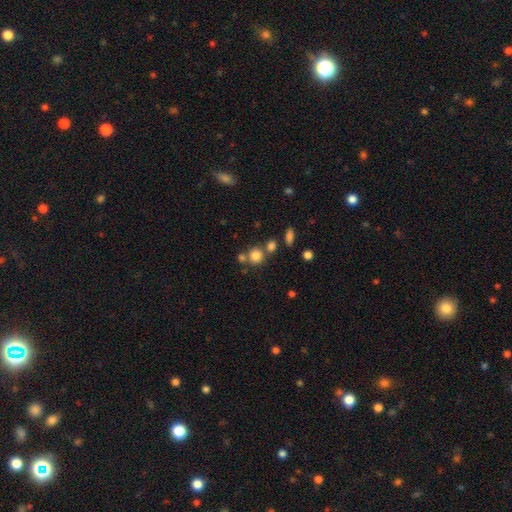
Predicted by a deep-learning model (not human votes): The model was most divided on "merging": none: 64%, merger: 24%, minor disturbance: 9%, major disturbance: 4%. More confident: how rounded — round (88%); smooth or featured — smooth (80%).